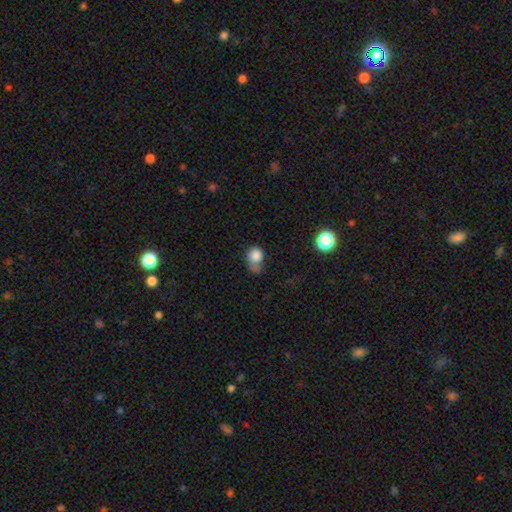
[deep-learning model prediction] smooth 81%, star or artifact 10%, featured or disk 9%. Down the decision tree: how rounded — round (58%); merging — minor disturbance (30%).